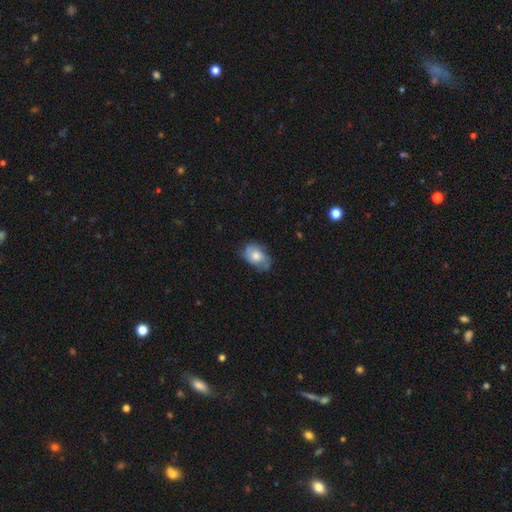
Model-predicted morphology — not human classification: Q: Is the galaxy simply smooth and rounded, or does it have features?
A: smooth — 56%.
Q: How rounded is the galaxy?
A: in between — 81%.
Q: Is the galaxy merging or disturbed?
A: none — 61%.